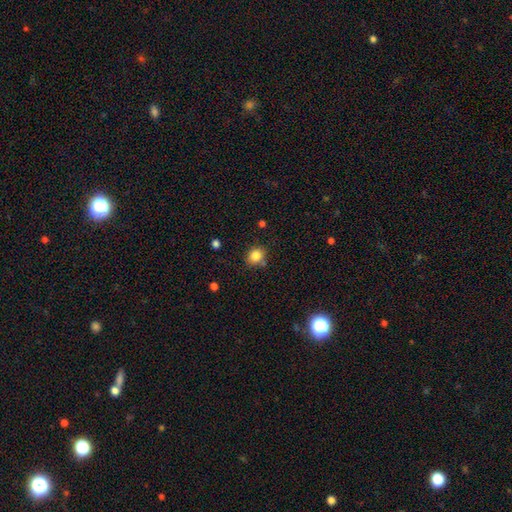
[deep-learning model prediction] Smooth or featured? smooth (83%)
How rounded? round (68%)
Merging? none (75%)